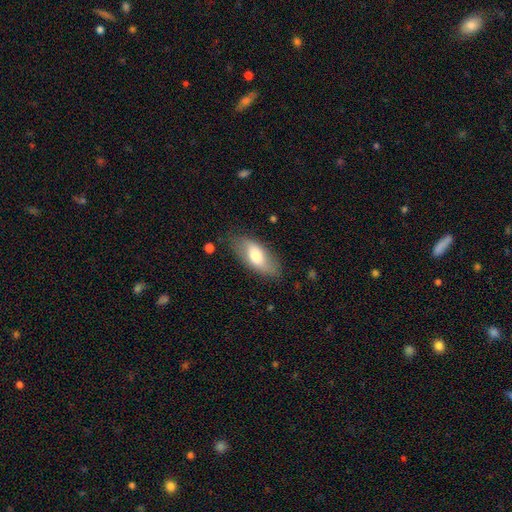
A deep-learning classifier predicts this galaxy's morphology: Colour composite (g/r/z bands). It shows a smooth galaxy with no disk features (65%) that is in between round and cigar-shaped (86%). Merging: none (76%).